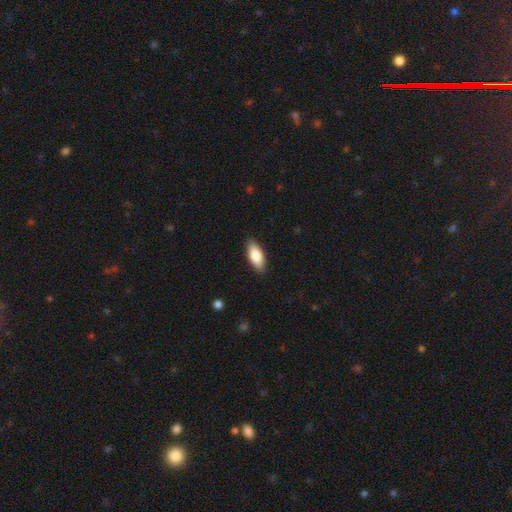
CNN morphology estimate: This appears to be a smooth galaxy with no disk features (80%) that is in between round and cigar-shaped (84%). Merging: none (88%).